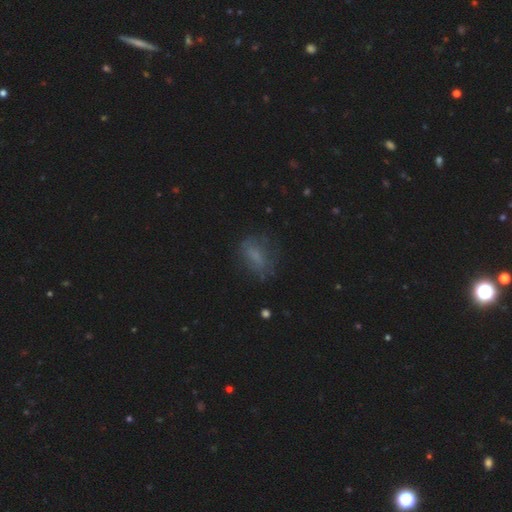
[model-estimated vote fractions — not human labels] This appears to be a smooth galaxy with no disk features (61%) that is in between round and cigar-shaped (77%). Merging: none (60%).